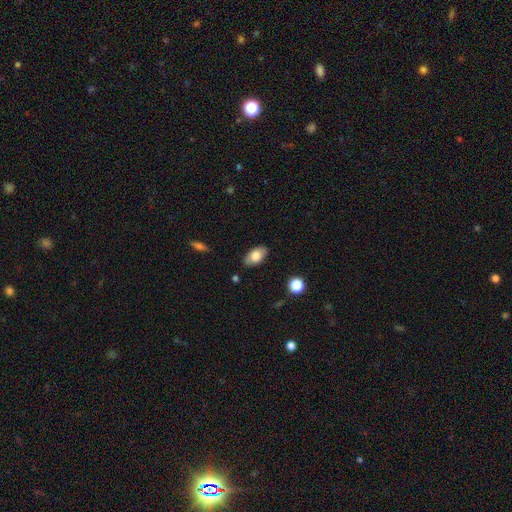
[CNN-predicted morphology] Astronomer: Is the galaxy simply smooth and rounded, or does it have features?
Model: smooth — 77%.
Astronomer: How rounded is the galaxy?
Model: in between — 93%.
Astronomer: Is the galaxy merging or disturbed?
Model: none — 84%.